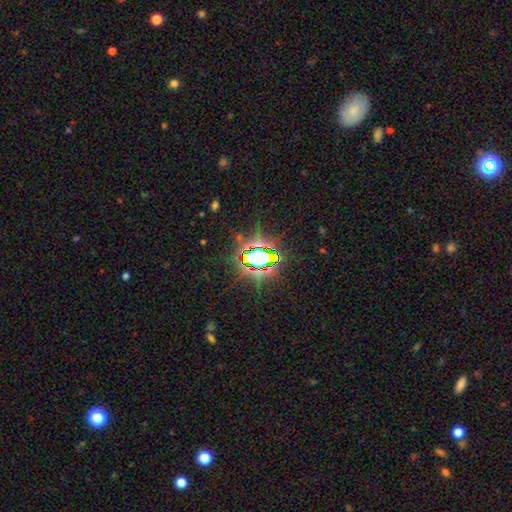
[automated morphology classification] Smooth or featured? Predicted: star or artifact (p=0.76).